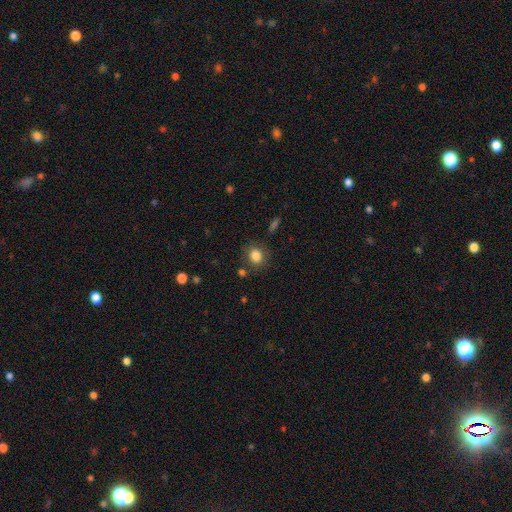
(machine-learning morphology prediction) smooth_or_featured: smooth (p=0.83) [alt: star or artifact p=0.10]
how_rounded: round (p=0.53) [alt: in between p=0.46]
merging: none (p=0.80) [alt: minor disturbance p=0.12]